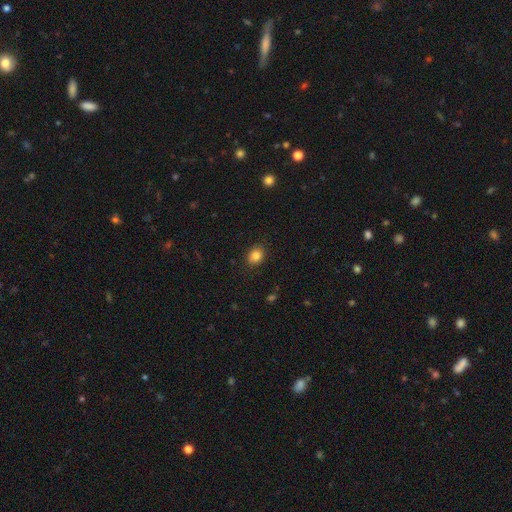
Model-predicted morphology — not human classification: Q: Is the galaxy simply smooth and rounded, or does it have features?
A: smooth — 83%.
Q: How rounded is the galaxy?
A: round — 58%.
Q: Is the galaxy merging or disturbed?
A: none — 87%.